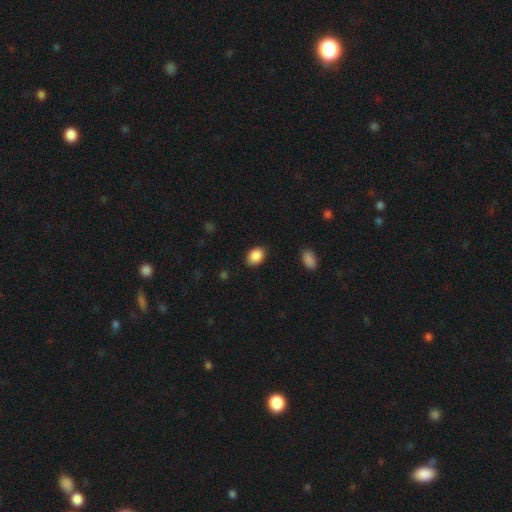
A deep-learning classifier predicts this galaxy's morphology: Smooth or featured? smooth (89%)
How rounded? in between (71%)
Merging? none (86%)